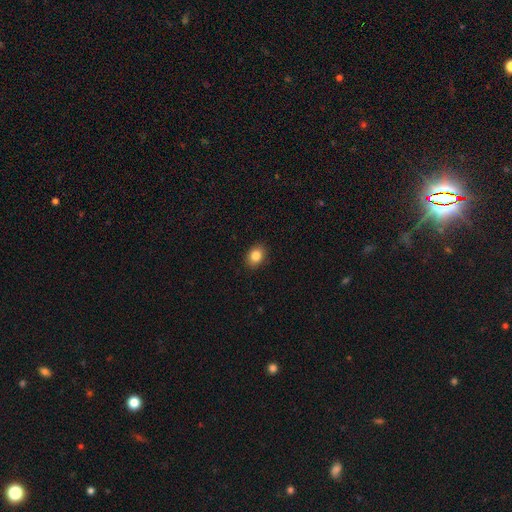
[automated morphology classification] smooth-or-featured: smooth: 85% | star or artifact: 9% | featured or disk: 6%
  how-rounded: in between: 61% | round: 38% | cigar-shaped: 1%
  merging: none: 90% | minor disturbance: 7% | major disturbance: 2% | merger: 1%